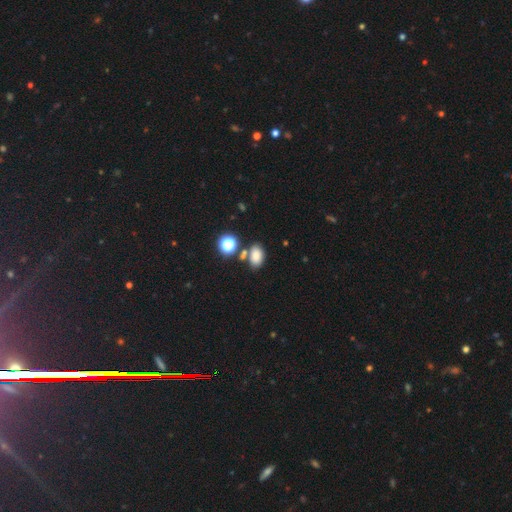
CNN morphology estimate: Smooth or featured: smooth — 79% (star or artifact — 15%)
How rounded: in between — 81% (round — 18%)
Merging: none — 66% (merger — 16%)